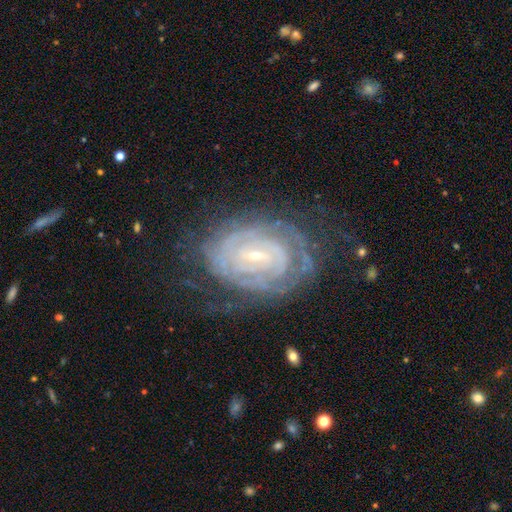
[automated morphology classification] smooth_or_featured: featured or disk (p=0.87) [alt: smooth p=0.07]
disk_edge_on: no (p=0.96) [alt: yes p=0.04]
bar: weak (p=0.49) [alt: strong p=0.28]
has_spiral_arms: yes (p=0.94) [alt: no p=0.06]
spiral_winding: tight (p=0.81) [alt: medium p=0.15]
spiral_arm_count: can't tell (p=0.39) [alt: 2 p=0.27]
bulge_size: small (p=0.79) [alt: moderate p=0.17]
merging: none (p=0.69) [alt: minor disturbance p=0.19]